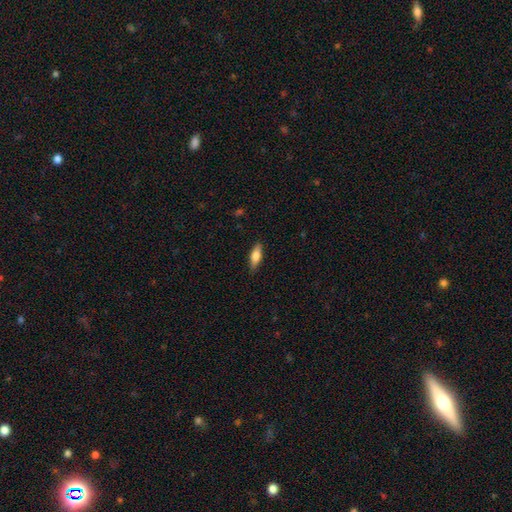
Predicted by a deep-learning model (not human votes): This appears to be a smooth galaxy with no disk features (75%) that is in between round and cigar-shaped (58%). Merging: none (86%).